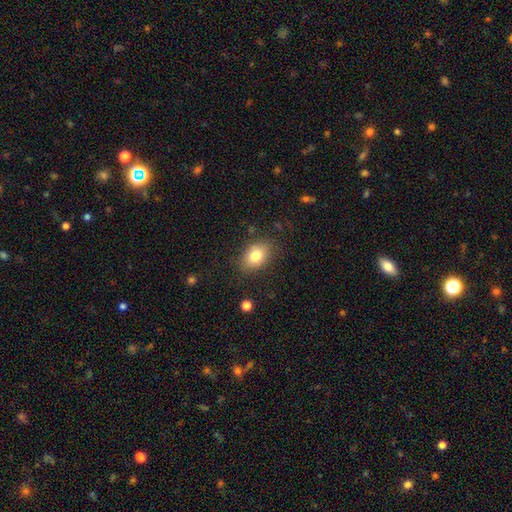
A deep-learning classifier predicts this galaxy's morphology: This appears to be a smooth galaxy with no disk features (79%) that is in between round and cigar-shaped (81%). Merging: none (81%).